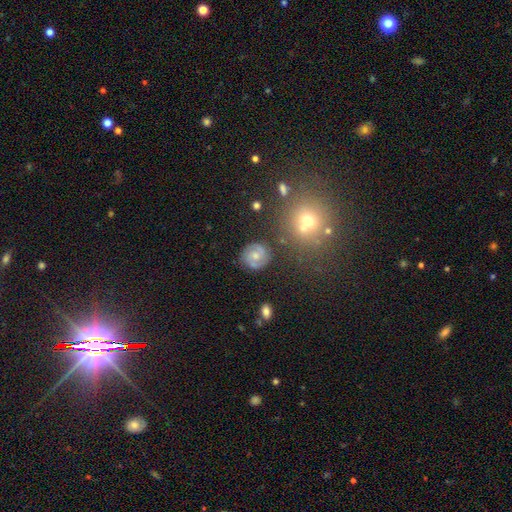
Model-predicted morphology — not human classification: Smooth or featured?
  - featured or disk: 61% *
  - smooth: 29%
  - star or artifact: 9%
Edge-on disk?
  - no: 98% *
  - yes: 2%
Bar?
  - no: 60% *
  - weak: 34%
  - strong: 6%
Spiral arms?
  - yes: 84% *
  - no: 16%
Spiral winding?
  - medium: 44% *
  - tight: 42%
  - loose: 14%
Spiral arm count?
  - 2: 80% *
  - can't tell: 11%
  - 1: 3%
  - 3: 3%
  - 4: 1%
  - more than 4: 1%
Bulge size?
  - moderate: 52% *
  - small: 41%
  - none: 4%
  - large: 2%
  - dominant: 1%
Merging?
  - none: 79% *
  - minor disturbance: 13%
  - major disturbance: 4%
  - merger: 4%